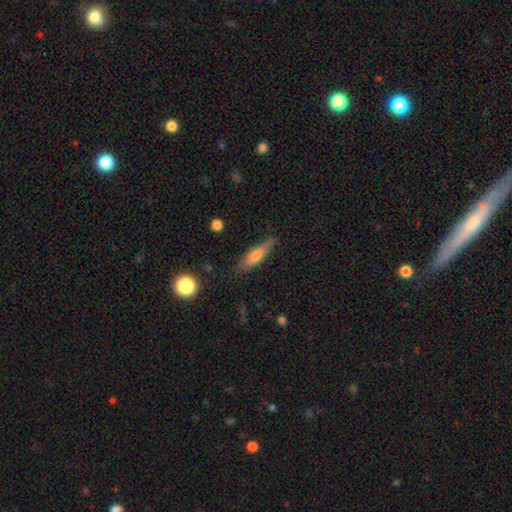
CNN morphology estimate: Smooth or featured?
  - smooth: 56% *
  - featured or disk: 36%
  - star or artifact: 7%
How rounded?
  - cigar-shaped: 67% *
  - in between: 31%
  - round: 3%
Merging?
  - none: 80% *
  - minor disturbance: 15%
  - major disturbance: 3%
  - merger: 2%